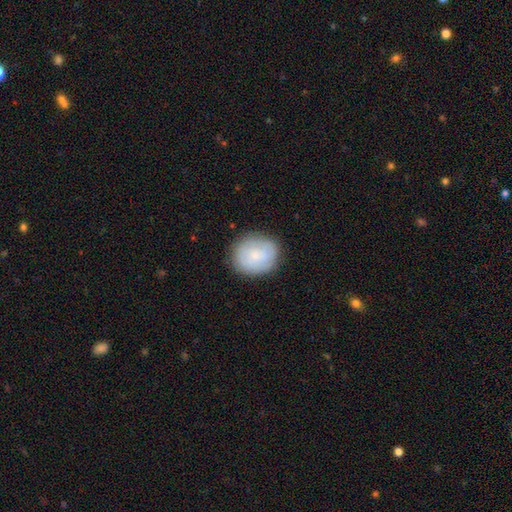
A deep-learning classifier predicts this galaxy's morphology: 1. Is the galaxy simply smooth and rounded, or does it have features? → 65% smooth, 28% featured or disk, 7% star or artifact.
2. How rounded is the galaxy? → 72% round, 27% in between, 1% cigar-shaped.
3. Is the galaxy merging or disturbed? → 82% none, 13% minor disturbance, 4% major disturbance, 1% merger.